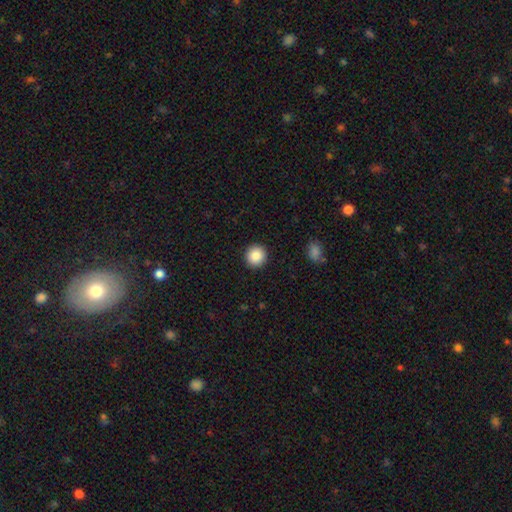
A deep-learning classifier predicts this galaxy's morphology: Overall: smooth (87%). How rounded: round (94%). Merging: none (92%).